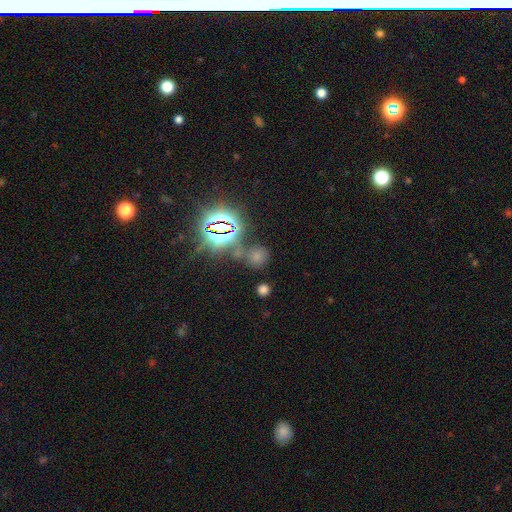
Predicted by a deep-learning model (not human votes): Morphology: type=smooth (50%); merging=none (66%).